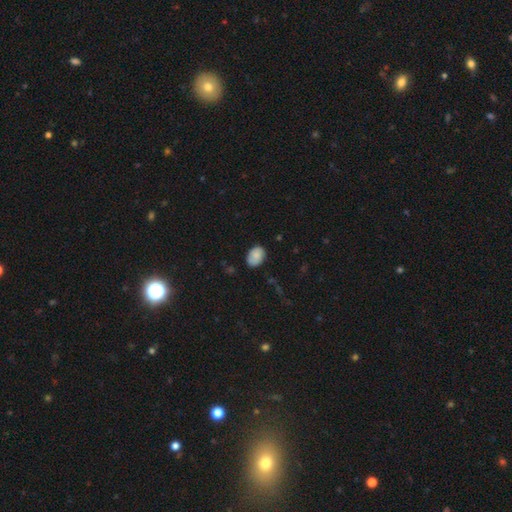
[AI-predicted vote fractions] Overall: smooth (82%). How rounded: in between (79%). Merging: none (74%).